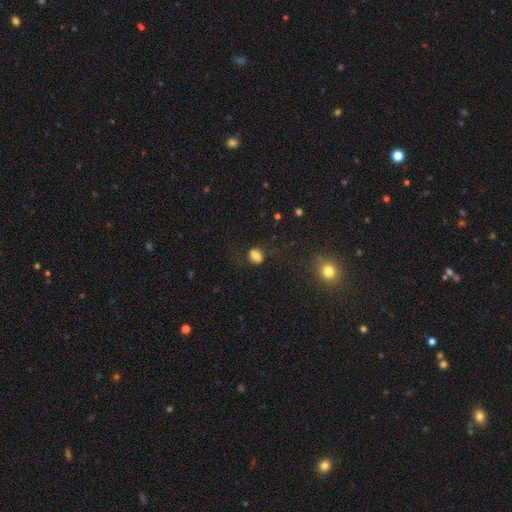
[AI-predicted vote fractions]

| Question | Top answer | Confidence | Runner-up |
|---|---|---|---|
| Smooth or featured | smooth | 77% | star or artifact (12%) |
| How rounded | in between | 68% | round (30%) |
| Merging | none | 73% | minor disturbance (17%) |